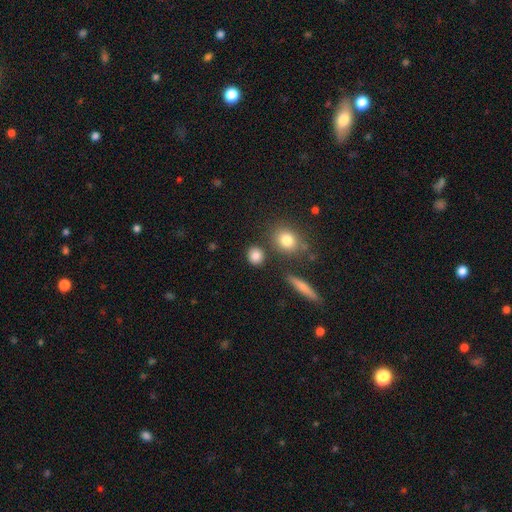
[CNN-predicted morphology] The model was most divided on "how rounded": round: 77%, in between: 20%, cigar-shaped: 3%. More confident: smooth or featured — smooth (83%); merging — none (83%).